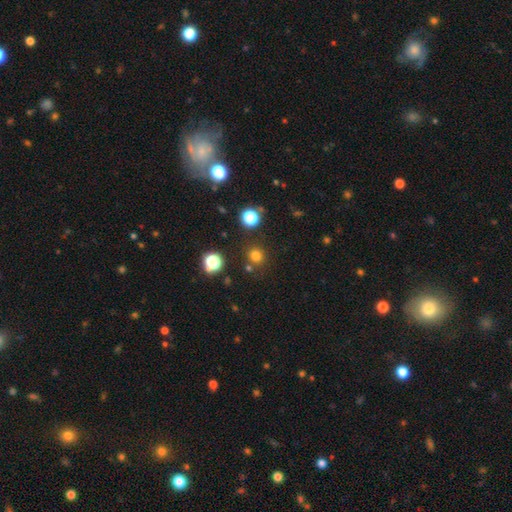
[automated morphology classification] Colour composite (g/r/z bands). It shows a smooth galaxy with no disk features (74%) that is round (91%). Merging: none (82%).